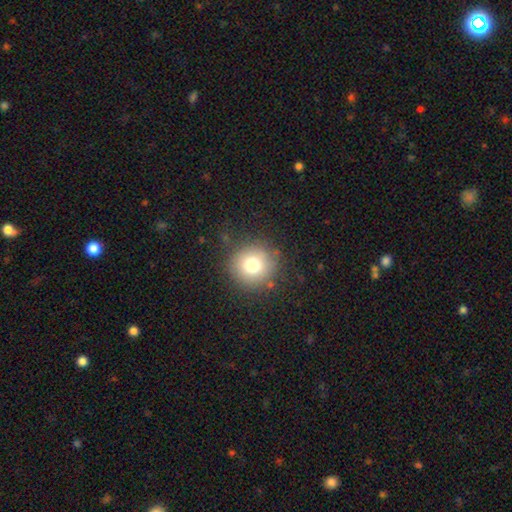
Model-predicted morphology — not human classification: Smooth or featured? smooth (76%)
How rounded? round (94%)
Merging? none (88%)